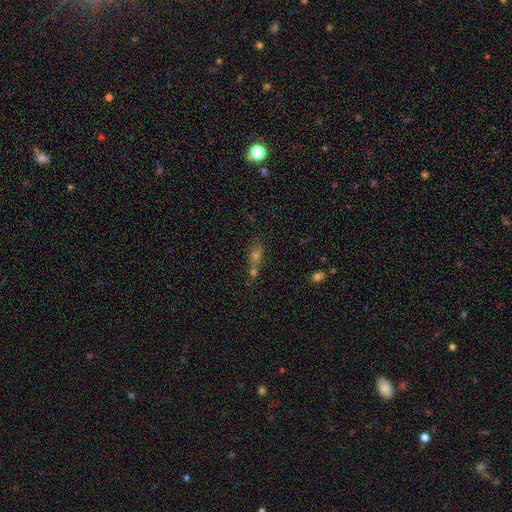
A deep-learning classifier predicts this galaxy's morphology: smooth-or-featured: smooth: 57% | star or artifact: 26% | featured or disk: 16%
  how-rounded: in between: 45% | round: 44% | cigar-shaped: 11%
  merging: none: 45% | merger: 39% | minor disturbance: 10% | major disturbance: 5%